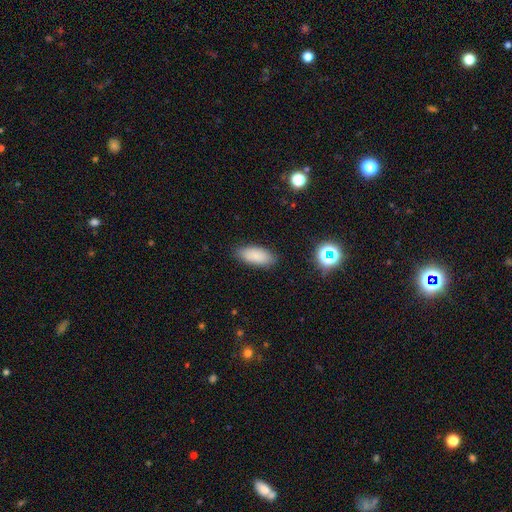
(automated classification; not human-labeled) smooth 84%, star or artifact 9%, featured or disk 8%. Down the decision tree: how rounded — in between (87%); merging — none (85%).